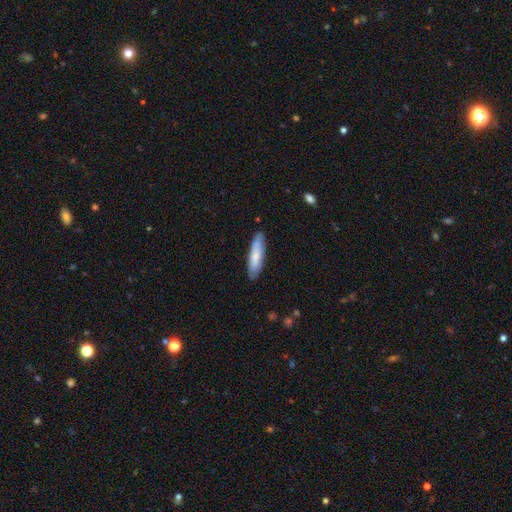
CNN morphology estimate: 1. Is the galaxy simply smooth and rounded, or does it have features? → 69% smooth, 25% featured or disk, 5% star or artifact.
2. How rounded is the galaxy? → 68% cigar-shaped, 30% in between, 1% round.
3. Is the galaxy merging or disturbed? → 83% none, 14% minor disturbance, 2% major disturbance, 1% merger.